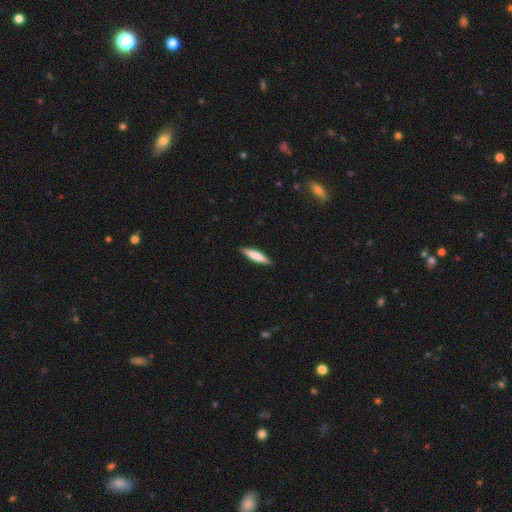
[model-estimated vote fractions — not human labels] This is likely a smooth galaxy (77%). How rounded: clearly cigar-shaped (82%). Merging: clearly none (89%).